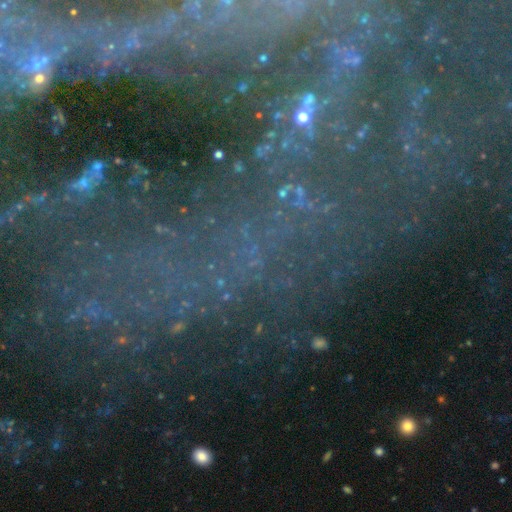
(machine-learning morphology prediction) Overall: star or artifact (47%; featured or disk 39%).